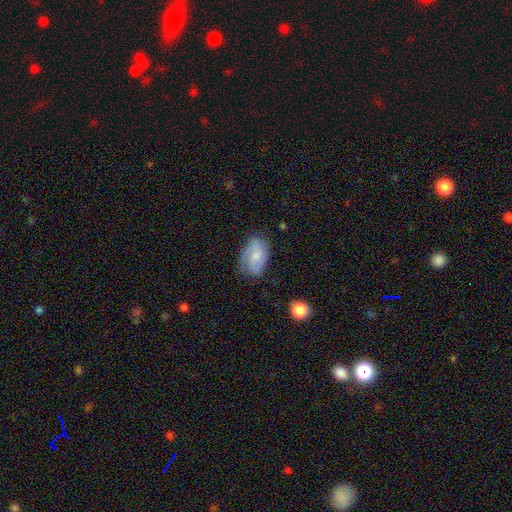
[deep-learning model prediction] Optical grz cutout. It shows a smooth galaxy with no disk features (46%, tied with featured or disk). Merging: none (60%).